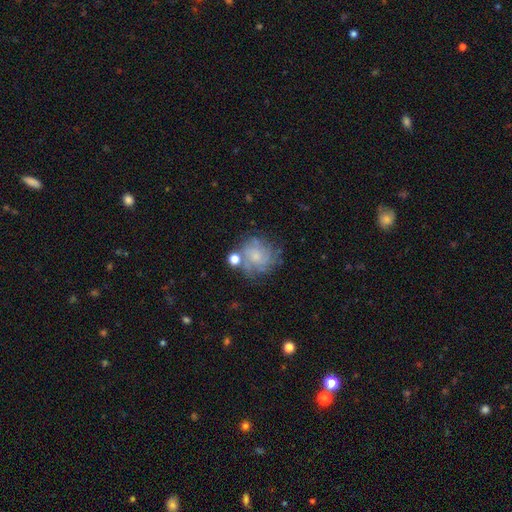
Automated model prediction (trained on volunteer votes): A featured or disk galaxy (64%) with no bar (78%), tight (58%) spiral arms (86%) and a small central bulge (59%).

Vote fractions:
- Smooth or featured? featured or disk: 64% / smooth: 24% / star or artifact: 12%
- Edge-on disk? no: 98% / yes: 2%
- Bar? no: 78% / weak: 20% / strong: 3%
- Spiral arms? yes: 86% / no: 14%
- Spiral winding? tight: 58% / medium: 31% / loose: 11%
- Spiral arm count? can't tell: 44% / 3: 17% / 4: 15% / 2: 10% / more than 4: 8% / 1: 6%
- Bulge size? small: 59% / moderate: 23% / none: 14% / large: 3% / dominant: 1%
- Merging? none: 62% / minor disturbance: 18% / major disturbance: 11% / merger: 9%